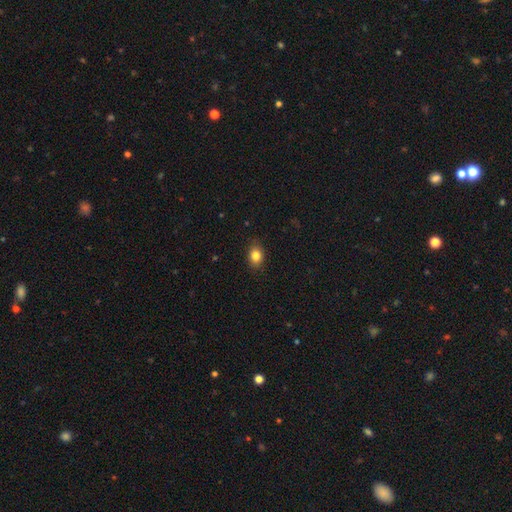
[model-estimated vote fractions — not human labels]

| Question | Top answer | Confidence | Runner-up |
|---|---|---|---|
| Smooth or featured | smooth | 83% | star or artifact (10%) |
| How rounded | in between | 64% | round (35%) |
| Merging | none | 85% | minor disturbance (11%) |